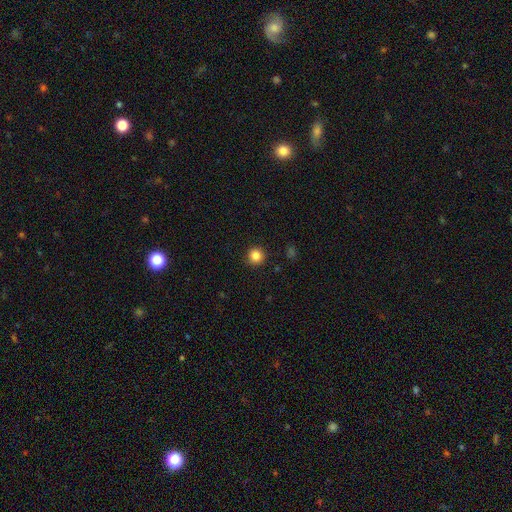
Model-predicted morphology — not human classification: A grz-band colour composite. It shows a smooth galaxy with no disk features (85%) that is round (95%). Merging: none (92%).